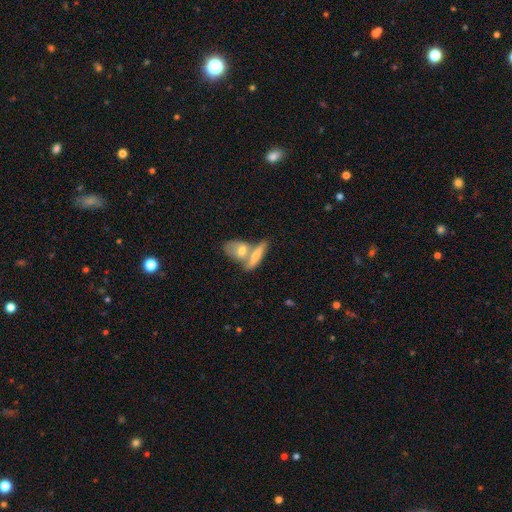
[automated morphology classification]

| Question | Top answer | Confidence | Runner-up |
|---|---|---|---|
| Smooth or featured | smooth | 55% | featured or disk (39%) |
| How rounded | cigar-shaped | 53% | in between (41%) |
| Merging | merger | 52% | none (37%) |